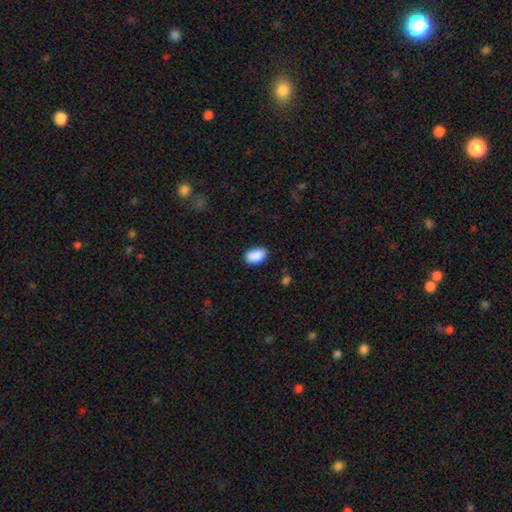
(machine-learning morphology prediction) Smooth or featured? Predicted: smooth (p=0.89). How rounded? Predicted: in between (p=0.90). Merging? Predicted: none (p=0.80).